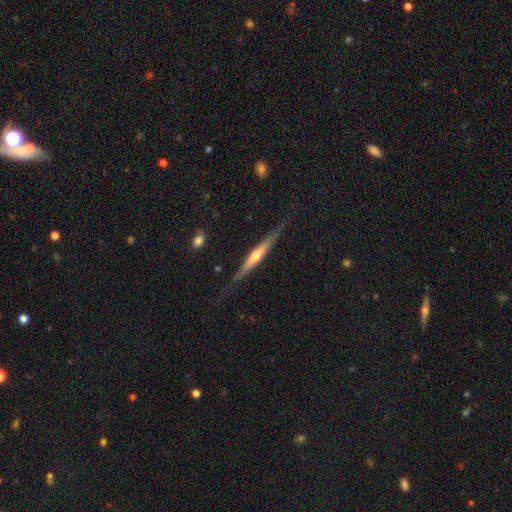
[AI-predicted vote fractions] A featured or disk galaxy (72%) viewed edge-on (97%) with a rounded central bulge (71%).

Vote fractions:
- Smooth or featured? featured or disk: 72% / smooth: 22% / star or artifact: 6%
- Edge-on disk? yes: 97% / no: 3%
- Edge-on bulge? rounded: 71% / none: 22% / boxy: 7%
- Merging? none: 80% / minor disturbance: 15% / major disturbance: 4% / merger: 2%